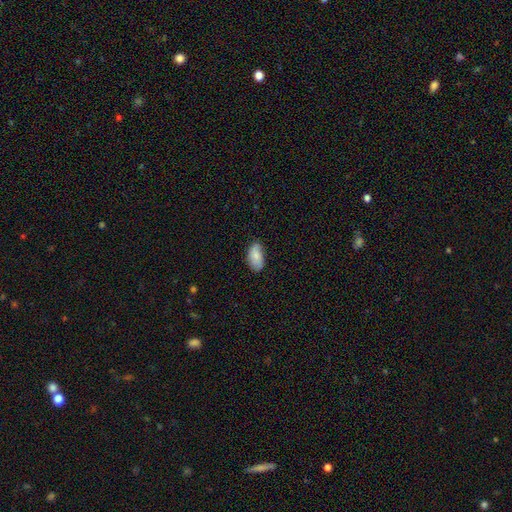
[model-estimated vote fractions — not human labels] This is clearly a smooth galaxy (81%). How rounded: clearly in between (94%). Merging: likely none (70%).